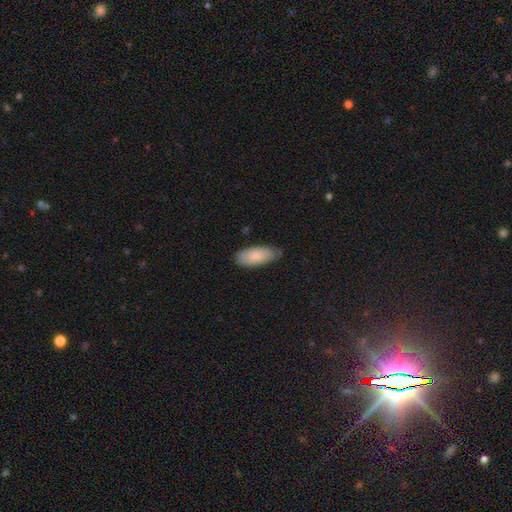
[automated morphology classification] Smooth or featured: smooth — 82% (featured or disk — 13%)
How rounded: in between — 87% (cigar-shaped — 11%)
Merging: none — 70% (minor disturbance — 25%)